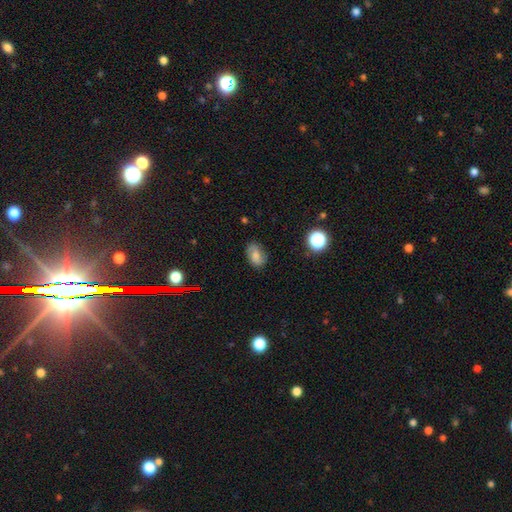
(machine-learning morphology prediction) This appears to be a smooth galaxy with no disk features (63%) that is in between round and cigar-shaped (81%). Merging: none (75%).